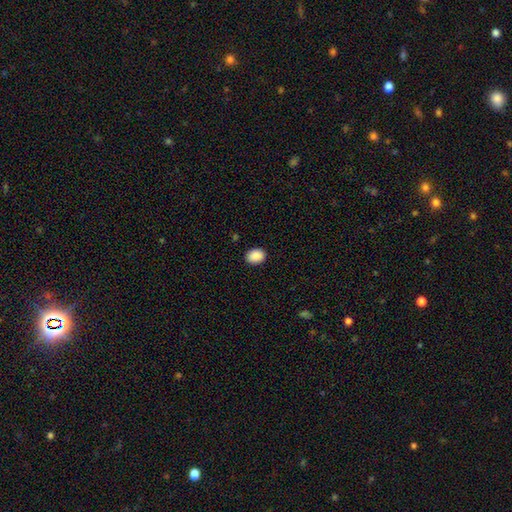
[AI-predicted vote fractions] Smooth or featured: smooth — 90% (star or artifact — 7%)
How rounded: in between — 63% (round — 36%)
Merging: none — 90% (minor disturbance — 7%)